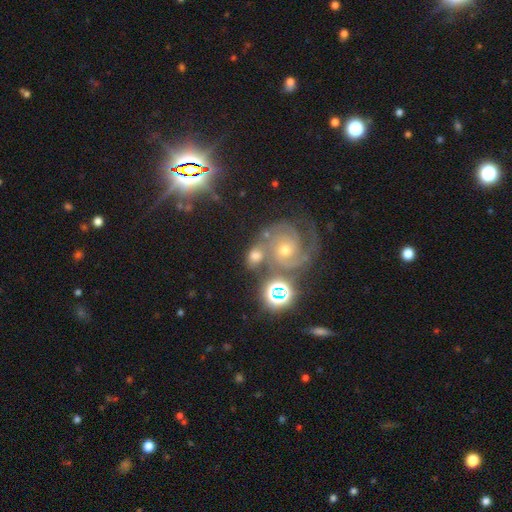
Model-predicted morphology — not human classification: This appears to be a featured or disk galaxy (52%) with no bar (70%), spiral arms (89%) and a moderate central bulge (53%). Merging: none (47%).